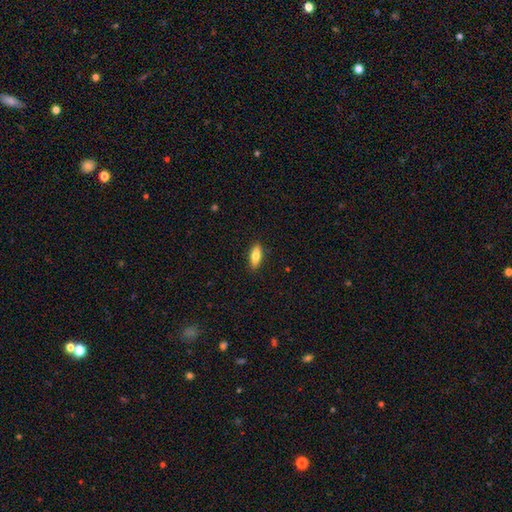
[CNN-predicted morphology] type=smooth (75%); roundness=in between (69%); merging=none (89%).